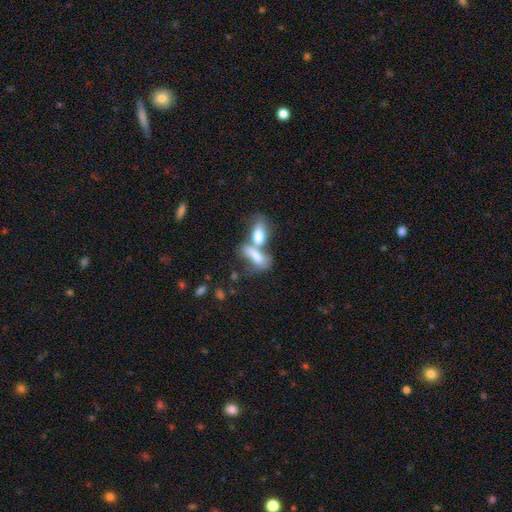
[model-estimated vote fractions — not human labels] Smooth or featured: smooth — 72% (featured or disk — 20%)
How rounded: in between — 77% (cigar-shaped — 18%)
Merging: merger — 69% (none — 15%)